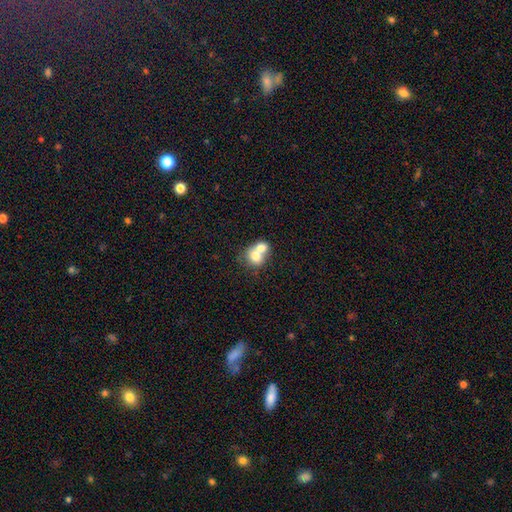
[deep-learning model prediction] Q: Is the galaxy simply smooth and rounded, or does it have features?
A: smooth — 69%.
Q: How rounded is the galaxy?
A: round — 59%.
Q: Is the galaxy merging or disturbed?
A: merger — 73%.